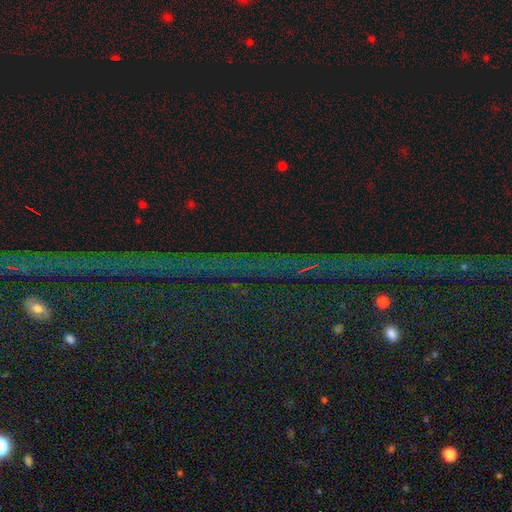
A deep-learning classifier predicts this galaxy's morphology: Q: Smooth or featured?
A: star or artifact (86%); runner-up: featured or disk (8%)